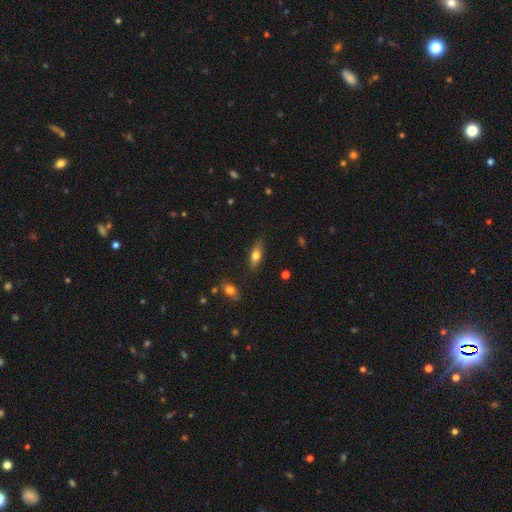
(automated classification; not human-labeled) Morphology: type=smooth (62%); roundness=in between (64%); merging=none (84%).